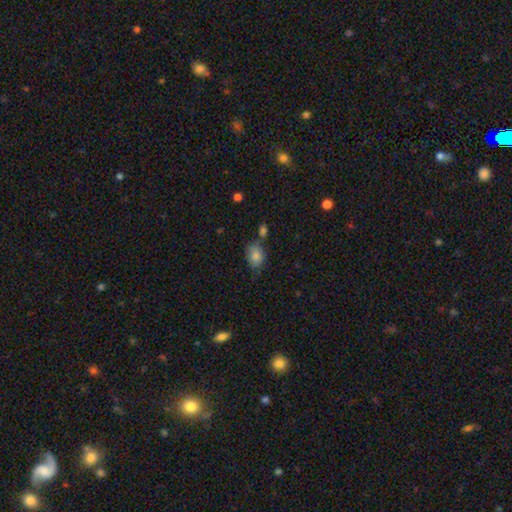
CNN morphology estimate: This appears to be a smooth galaxy with no disk features (83%) that is in between round and cigar-shaped (68%). Merging: none (61%).